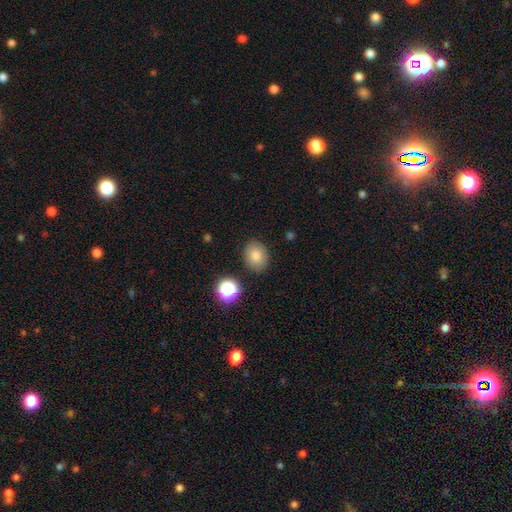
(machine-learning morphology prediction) Overall: smooth (81%). How rounded: round (52%; in between 47%). Merging: none (85%).